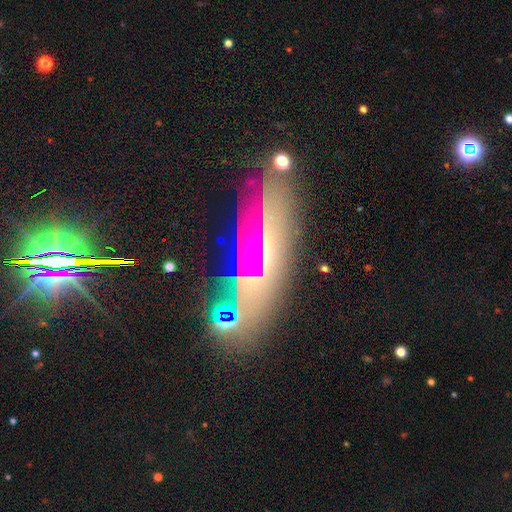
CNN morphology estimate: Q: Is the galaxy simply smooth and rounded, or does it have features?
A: featured or disk — 59%.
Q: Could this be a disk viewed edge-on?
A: yes — 61%.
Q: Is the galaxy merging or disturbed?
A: none — 67%.